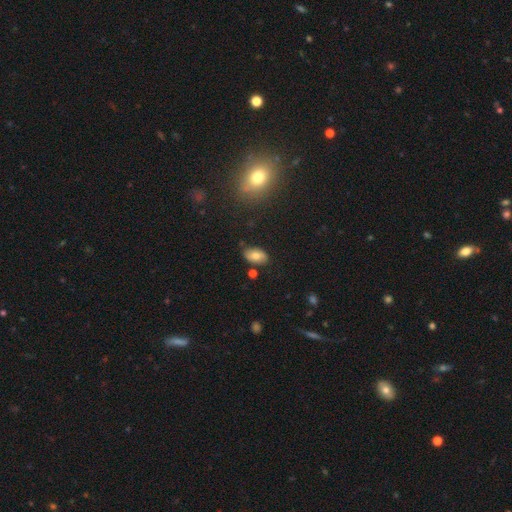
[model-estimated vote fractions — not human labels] Smooth or featured? smooth (73%)
How rounded? in between (92%)
Merging? none (80%)